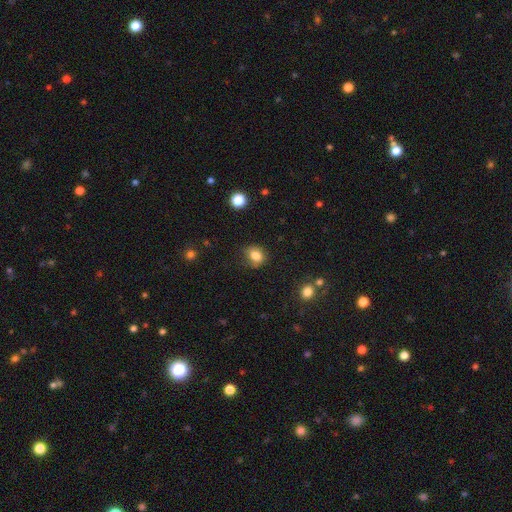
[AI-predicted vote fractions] Smooth or featured?
  - smooth: 83% *
  - star or artifact: 11%
  - featured or disk: 6%
How rounded?
  - round: 54% *
  - in between: 45%
  - cigar-shaped: 1%
Merging?
  - none: 72% *
  - minor disturbance: 21%
  - major disturbance: 5%
  - merger: 2%